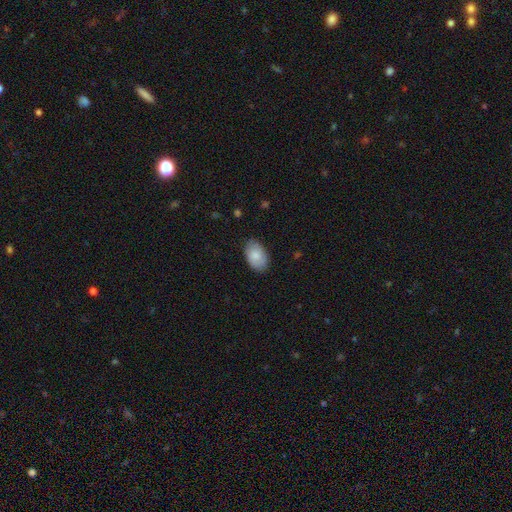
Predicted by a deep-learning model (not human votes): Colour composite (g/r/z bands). It shows a smooth galaxy with no disk features (85%) that is in between round and cigar-shaped (92%). Merging: none (83%).